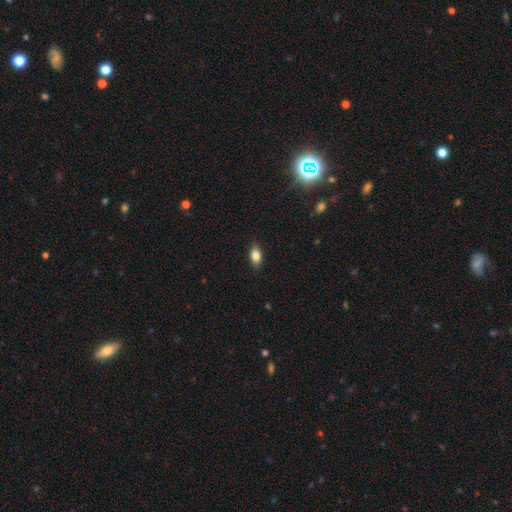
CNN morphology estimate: smooth_or_featured: smooth (p=0.79) [alt: featured or disk p=0.12]
how_rounded: in between (p=0.86) [alt: round p=0.07]
merging: none (p=0.86) [alt: minor disturbance p=0.11]